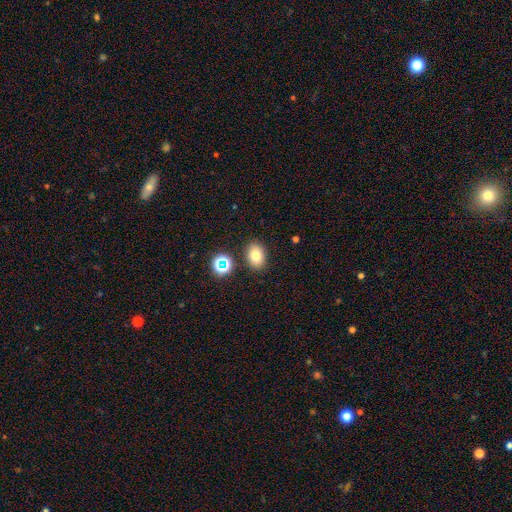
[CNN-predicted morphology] smooth_or_featured: smooth (p=0.76) [alt: star or artifact p=0.14]
how_rounded: in between (p=0.71) [alt: round p=0.28]
merging: none (p=0.85) [alt: minor disturbance p=0.09]